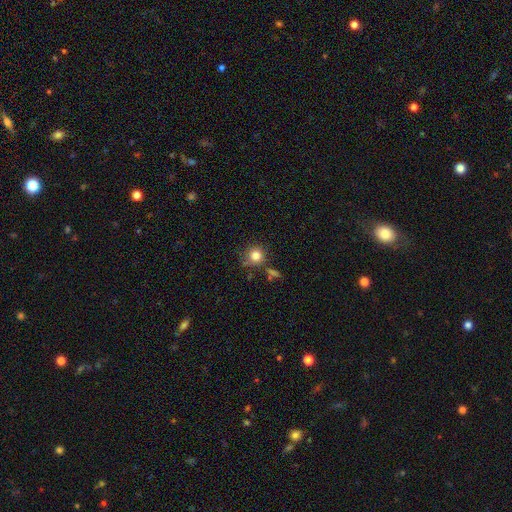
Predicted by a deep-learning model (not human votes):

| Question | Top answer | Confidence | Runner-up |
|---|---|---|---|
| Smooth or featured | smooth | 80% | star or artifact (12%) |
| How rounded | round | 91% | in between (8%) |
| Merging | none | 74% | minor disturbance (14%) |